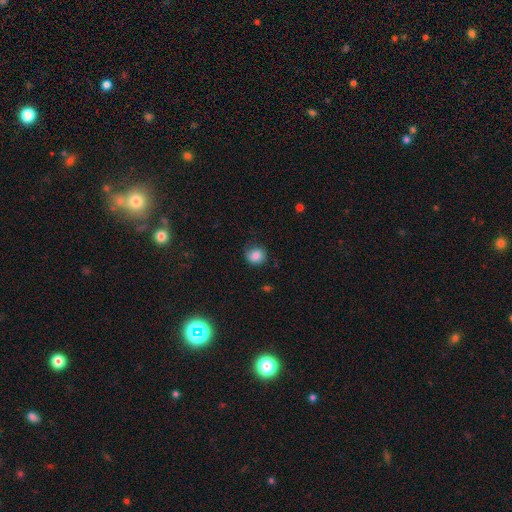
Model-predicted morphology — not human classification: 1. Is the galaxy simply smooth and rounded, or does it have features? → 83% smooth, 10% star or artifact, 7% featured or disk.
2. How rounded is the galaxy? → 79% round, 20% in between, 1% cigar-shaped.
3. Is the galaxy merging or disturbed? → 76% none, 19% minor disturbance, 4% major disturbance, 1% merger.